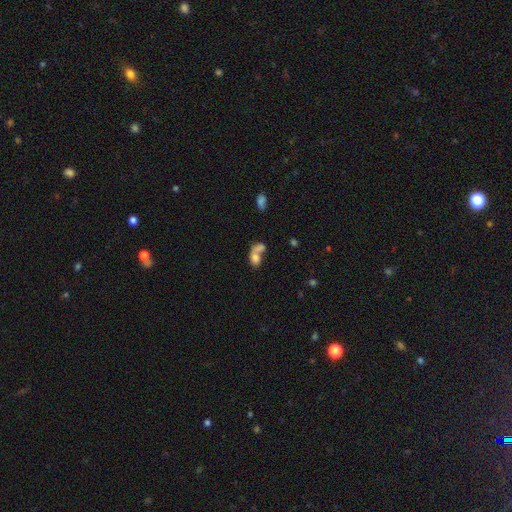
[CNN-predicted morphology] smooth-or-featured: smooth: 72% | featured or disk: 17% | star or artifact: 11%
  how-rounded: in between: 72% | round: 25% | cigar-shaped: 3%
  merging: merger: 68% | none: 18% | major disturbance: 7% | minor disturbance: 7%